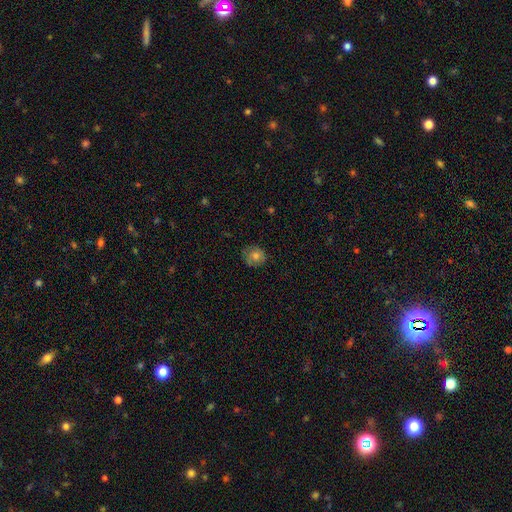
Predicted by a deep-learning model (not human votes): Overall: smooth (69%). How rounded: round (82%). Merging: none (77%).